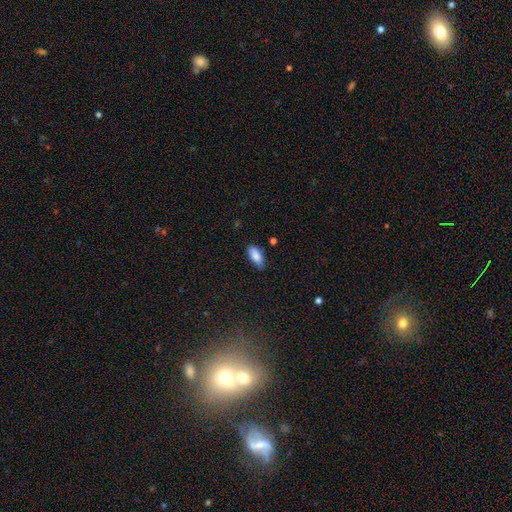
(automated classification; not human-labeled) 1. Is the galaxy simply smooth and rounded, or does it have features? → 85% smooth, 8% featured or disk, 7% star or artifact.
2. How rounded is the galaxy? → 89% in between, 8% cigar-shaped, 3% round.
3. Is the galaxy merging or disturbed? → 68% none, 25% minor disturbance, 4% major disturbance, 3% merger.